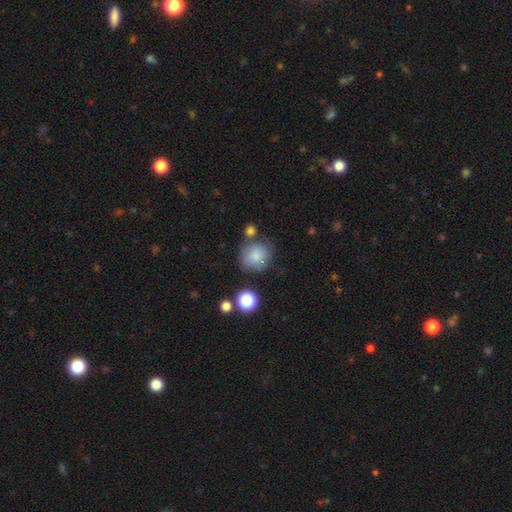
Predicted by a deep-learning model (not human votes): The model was most divided on "merging": none: 65%, minor disturbance: 19%, merger: 9%, major disturbance: 7%. More confident: how rounded — round (80%); smooth or featured — smooth (79%).